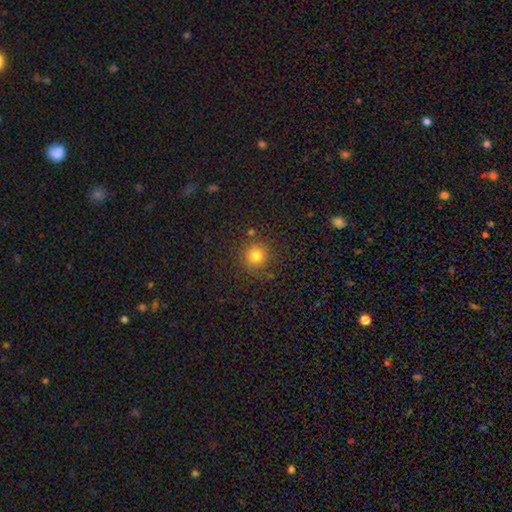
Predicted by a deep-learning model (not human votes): Smooth or featured? smooth (79%)
How rounded? round (94%)
Merging? none (86%)